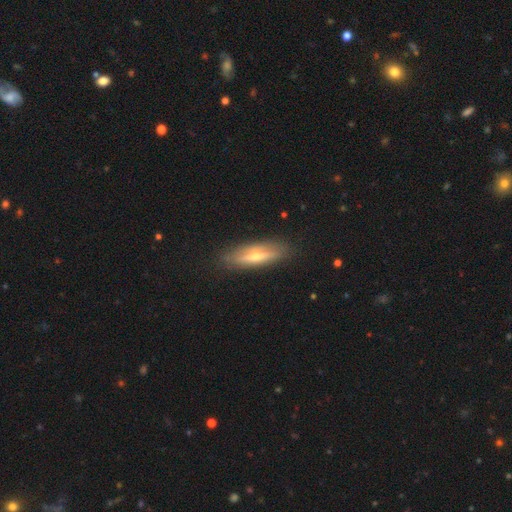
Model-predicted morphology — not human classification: This appears to be a featured or disk galaxy (60%) viewed edge-on (87%) with a rounded central bulge (81%). Merging: none (86%).